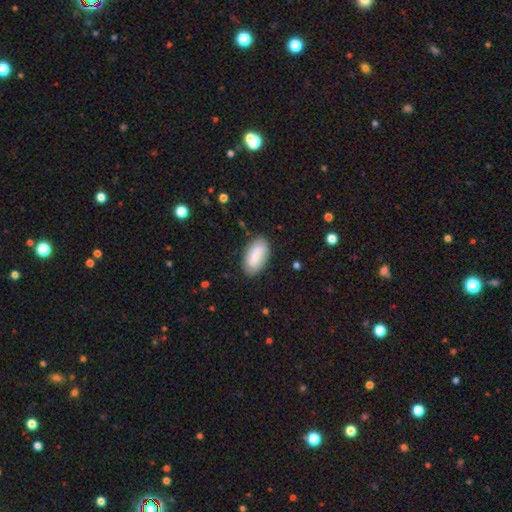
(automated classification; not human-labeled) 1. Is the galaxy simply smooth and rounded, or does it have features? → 71% smooth, 22% featured or disk, 6% star or artifact.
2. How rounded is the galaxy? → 93% in between, 4% cigar-shaped, 2% round.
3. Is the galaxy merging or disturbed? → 81% none, 14% minor disturbance, 3% major disturbance, 2% merger.